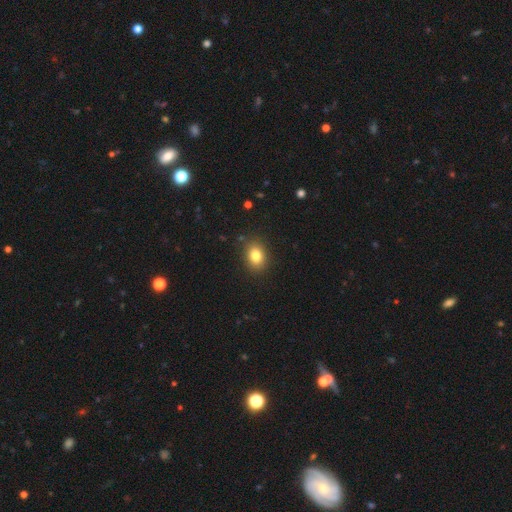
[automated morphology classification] Overall: smooth (82%). How rounded: in between (62%; round 37%). Merging: none (87%).